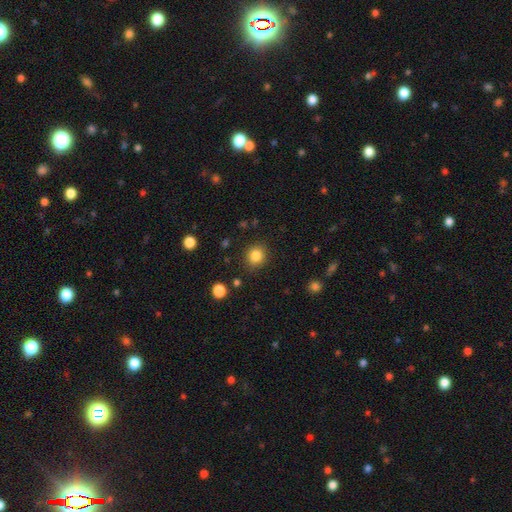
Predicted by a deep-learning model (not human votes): smooth_or_featured: smooth (p=0.84) [alt: star or artifact p=0.11]
how_rounded: round (p=0.83) [alt: in between p=0.16]
merging: none (p=0.88) [alt: minor disturbance p=0.08]